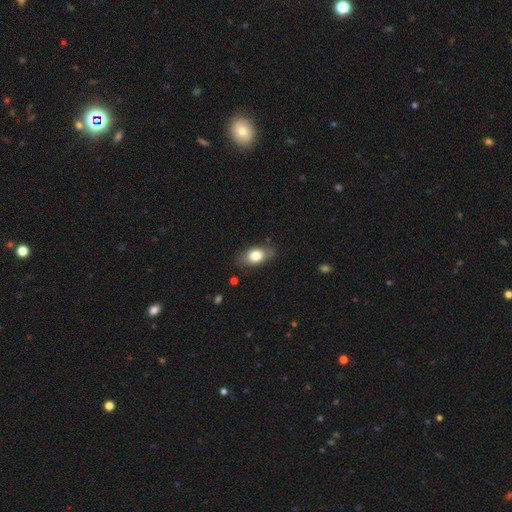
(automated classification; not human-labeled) This appears to be a smooth galaxy with no disk features (76%) that is in between round and cigar-shaped (86%). Merging: none (79%).